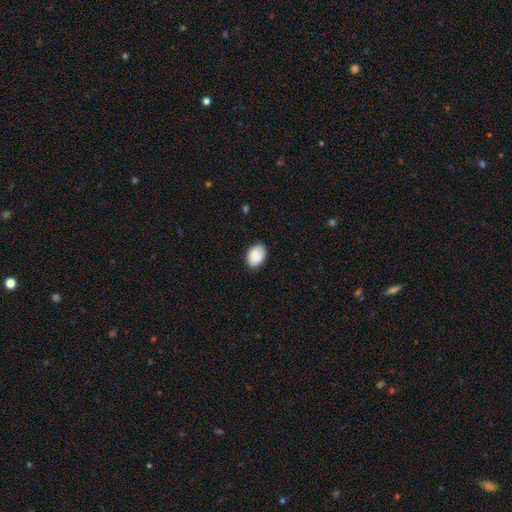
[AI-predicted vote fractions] smooth 85%, featured or disk 9%, star or artifact 7%. Down the decision tree: how rounded — in between (82%); merging — none (82%).